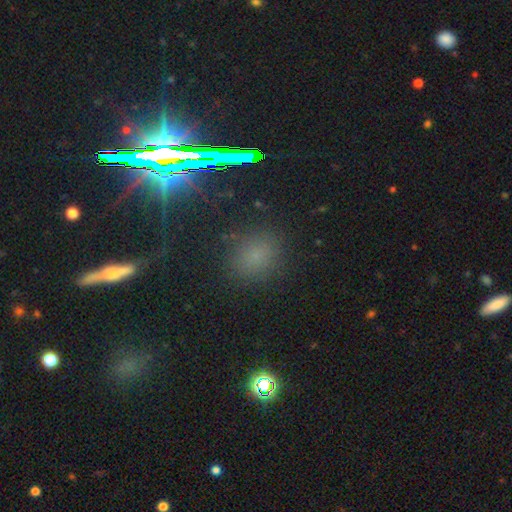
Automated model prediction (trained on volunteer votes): smooth_or_featured: smooth (p=0.53) [alt: star or artifact p=0.37]
how_rounded: round (p=0.70) [alt: in between p=0.27]
merging: none (p=0.85) [alt: minor disturbance p=0.09]